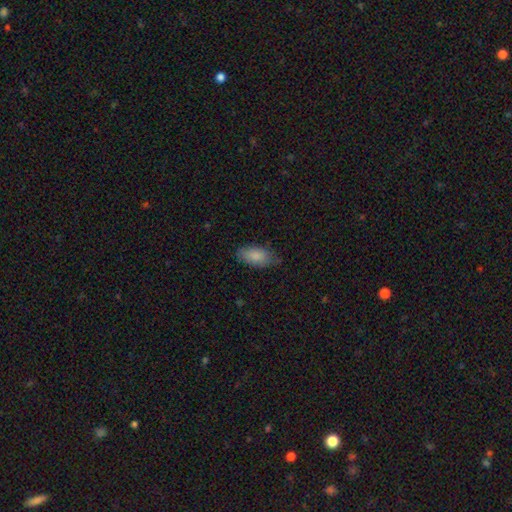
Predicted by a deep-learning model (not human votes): Overall: smooth (86%). How rounded: in between (92%). Merging: none (73%).